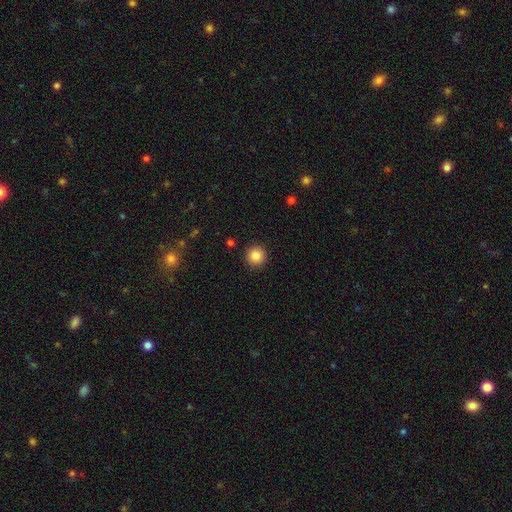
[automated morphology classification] This is clearly a smooth galaxy (85%). How rounded: clearly round (95%). Merging: clearly none (92%).